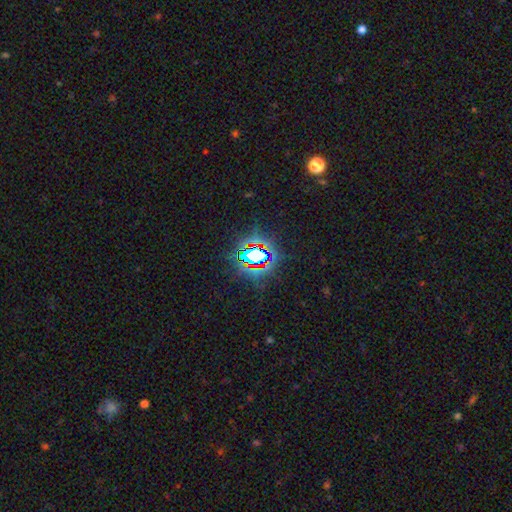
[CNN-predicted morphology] The model was most divided on "smooth or featured": star or artifact: 76%, smooth: 14%, featured or disk: 10%.